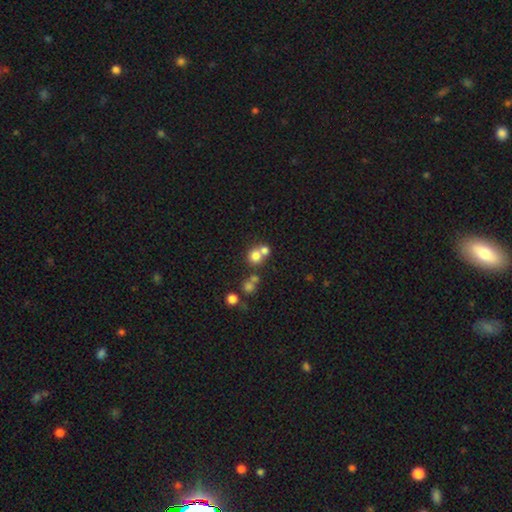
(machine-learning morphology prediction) Smooth or featured?
  - smooth: 71% *
  - star or artifact: 15%
  - featured or disk: 14%
How rounded?
  - round: 87% *
  - in between: 12%
  - cigar-shaped: 1%
Merging?
  - none: 46% *
  - merger: 44%
  - minor disturbance: 6%
  - major disturbance: 3%